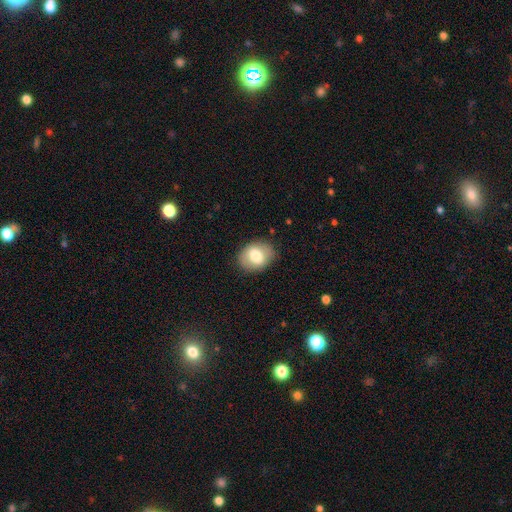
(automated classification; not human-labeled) smooth 73%, featured or disk 20%, star or artifact 7%. Down the decision tree: how rounded — in between (68%); merging — none (83%).